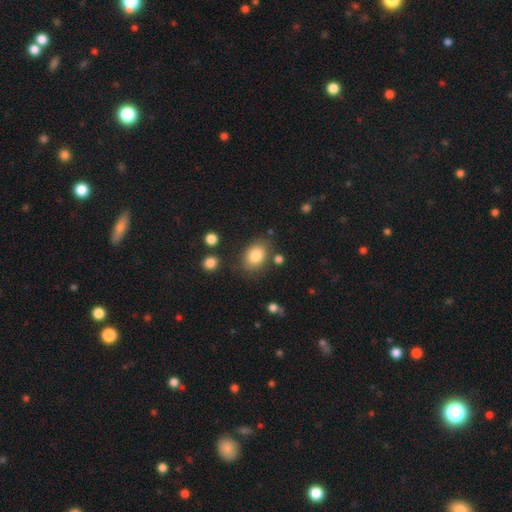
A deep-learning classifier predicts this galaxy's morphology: Smooth or featured?
  - smooth: 82% *
  - featured or disk: 9%
  - star or artifact: 9%
How rounded?
  - in between: 74% *
  - round: 25%
  - cigar-shaped: 1%
Merging?
  - none: 75% *
  - minor disturbance: 15%
  - merger: 5%
  - major disturbance: 5%